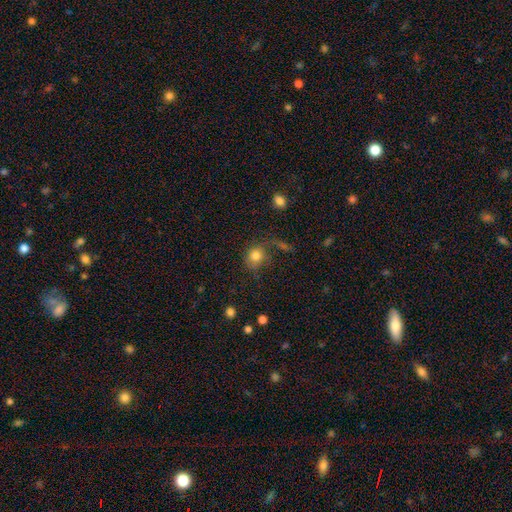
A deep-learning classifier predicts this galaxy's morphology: Q: Smooth or featured?
A: smooth (80%); runner-up: star or artifact (10%)
Q: How rounded?
A: round (75%); runner-up: in between (24%)
Q: Merging?
A: none (57%); runner-up: minor disturbance (19%)